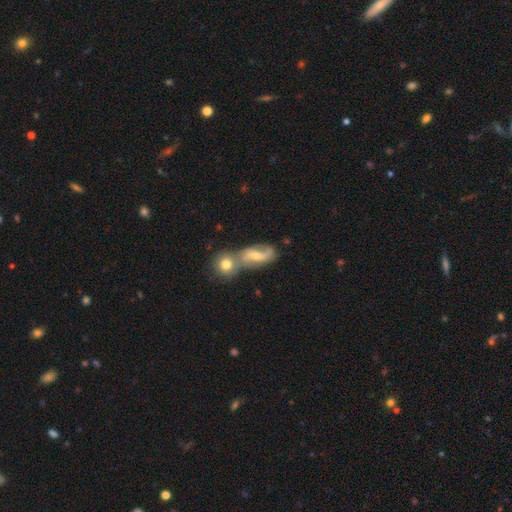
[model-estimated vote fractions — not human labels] Morphology: type=featured or disk (64%); edge-on=no (93%); bar=weak (43%); spiral arms=yes (85%); winding=loose (66%); arm count=2 (86%); bulge=moderate (52%); merging=merger (48%).